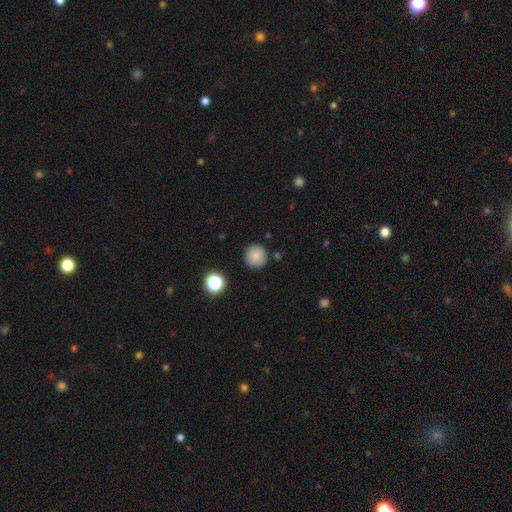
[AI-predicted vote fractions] Q: Smooth or featured?
A: smooth (85%); runner-up: star or artifact (11%)
Q: How rounded?
A: round (95%); runner-up: in between (4%)
Q: Merging?
A: none (89%); runner-up: minor disturbance (7%)